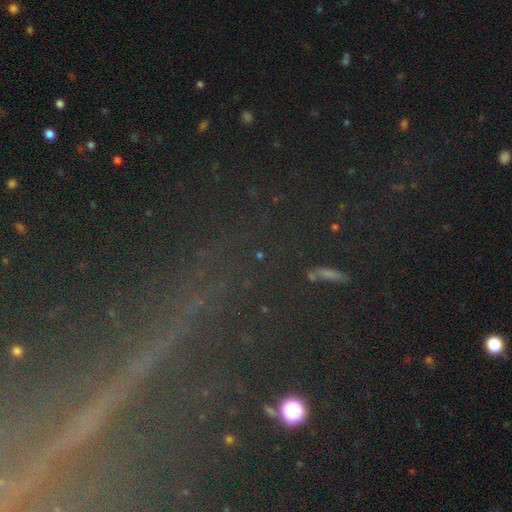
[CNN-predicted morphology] A star or artifact, not a galaxy (75%).

Vote fractions:
- Smooth or featured? star or artifact: 75% / featured or disk: 14% / smooth: 11%